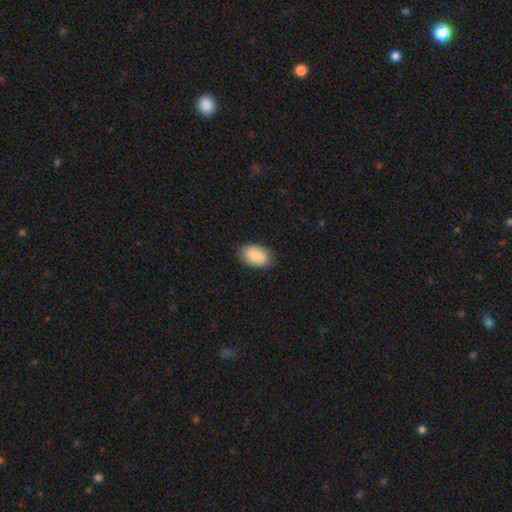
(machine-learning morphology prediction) Smooth or featured?
  - smooth: 88% *
  - star or artifact: 6%
  - featured or disk: 6%
How rounded?
  - in between: 92% *
  - round: 7%
  - cigar-shaped: 1%
Merging?
  - none: 85% *
  - minor disturbance: 11%
  - major disturbance: 2%
  - merger: 1%